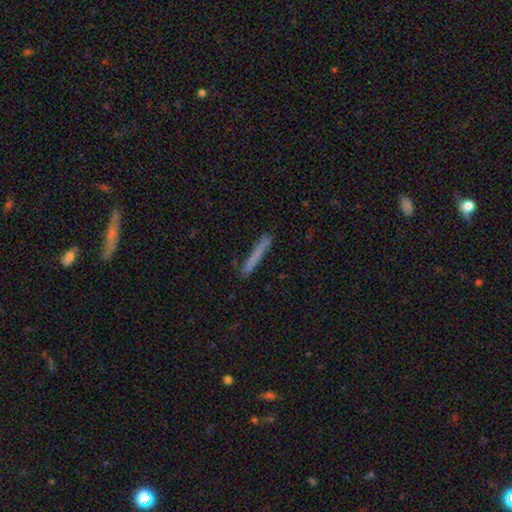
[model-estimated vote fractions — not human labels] Morphology: type=smooth (70%); roundness=cigar-shaped (97%); merging=none (86%).